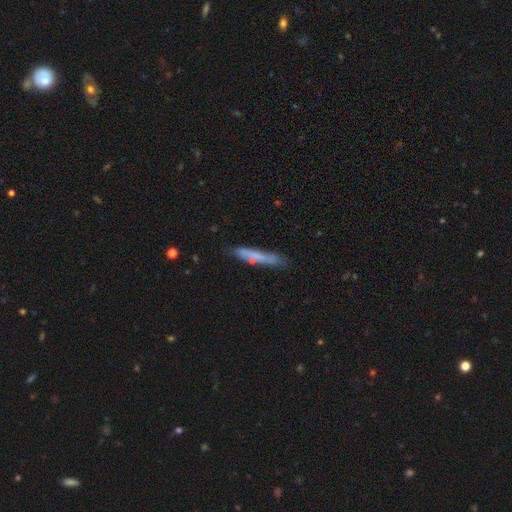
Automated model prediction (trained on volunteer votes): Q: Smooth or featured?
A: smooth (64%); runner-up: featured or disk (29%)
Q: How rounded?
A: cigar-shaped (93%); runner-up: in between (6%)
Q: Merging?
A: none (73%); runner-up: minor disturbance (19%)